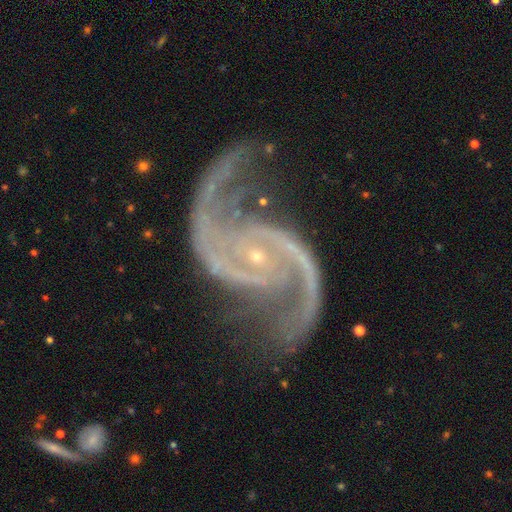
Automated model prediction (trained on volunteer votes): A featured or disk galaxy (94%) with no bar (55%), 2 (92%) medium (44%, tied with loose) spiral arms (99%) and a small central bulge (89%).

Vote fractions:
- Smooth or featured? featured or disk: 94% / star or artifact: 4% / smooth: 2%
- Edge-on disk? no: 98% / yes: 2%
- Bar? no: 55% / weak: 29% / strong: 16%
- Spiral arms? yes: 99% / no: 1%
- Spiral winding? medium: 44% (tied) / loose: 44% (tied) / tight: 12%
- Spiral arm count? 2: 92% / 3: 2% / can't tell: 2% / 1: 1% / 4: 1% / more than 4: 1%
- Bulge size? small: 89% / moderate: 6% / none: 2% / large: 1% / dominant: 1%
- Merging? none: 65% / minor disturbance: 18% / major disturbance: 13% / merger: 4%